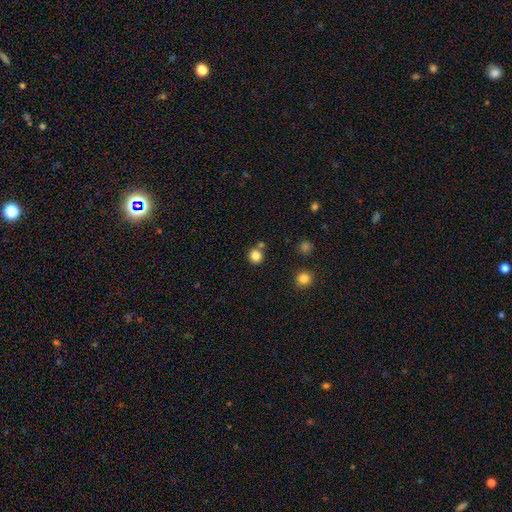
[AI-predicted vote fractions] Smooth or featured?
  - smooth: 84% *
  - star or artifact: 11%
  - featured or disk: 5%
How rounded?
  - round: 92% *
  - in between: 7%
  - cigar-shaped: 1%
Merging?
  - none: 76% *
  - merger: 13%
  - minor disturbance: 8%
  - major disturbance: 3%